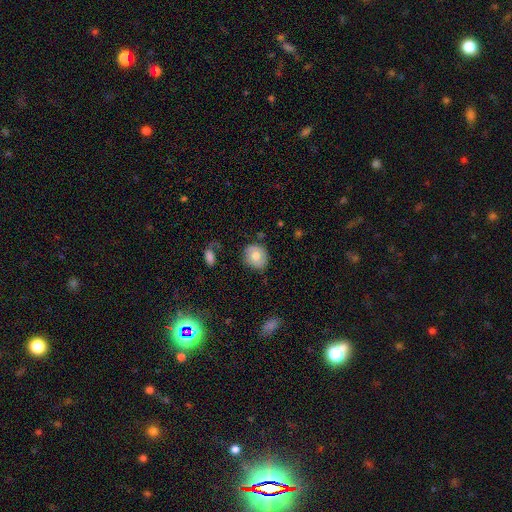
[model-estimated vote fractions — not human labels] smooth_or_featured: smooth (p=0.72) [alt: featured or disk p=0.20]
how_rounded: round (p=0.80) [alt: in between p=0.19]
merging: none (p=0.76) [alt: minor disturbance p=0.17]